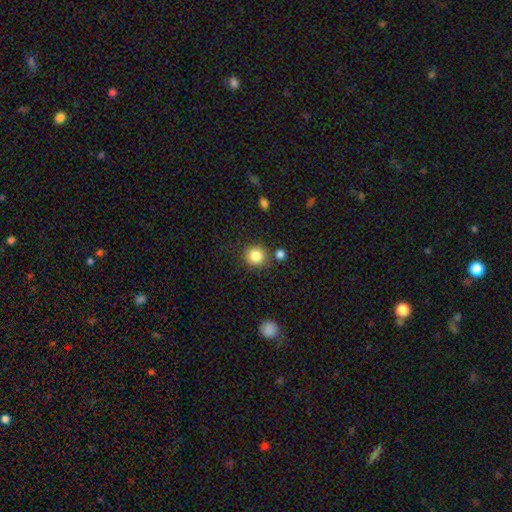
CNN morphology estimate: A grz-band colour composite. It shows a smooth galaxy with no disk features (85%) that is round (89%). Merging: none (81%).